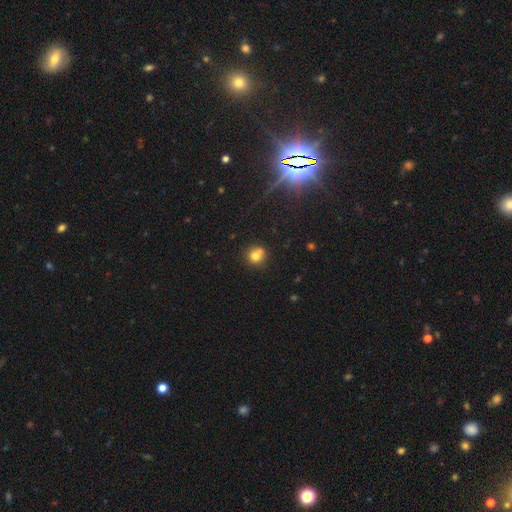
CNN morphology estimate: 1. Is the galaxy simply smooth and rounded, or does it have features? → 73% smooth, 13% star or artifact, 13% featured or disk.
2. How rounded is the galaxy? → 88% round, 11% in between, 1% cigar-shaped.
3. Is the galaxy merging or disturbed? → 53% none, 34% merger, 10% minor disturbance, 3% major disturbance.